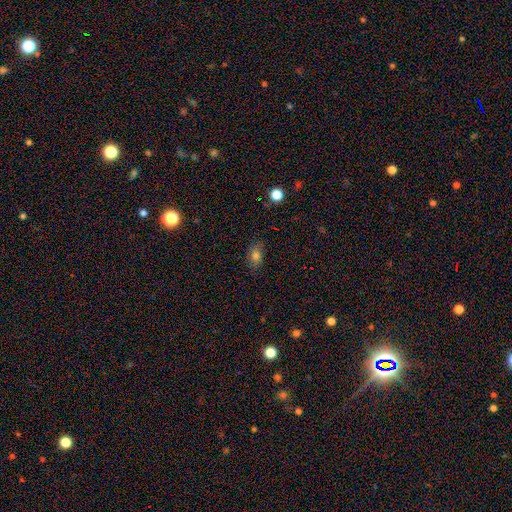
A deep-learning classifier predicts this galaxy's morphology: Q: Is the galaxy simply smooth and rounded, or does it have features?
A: smooth — 74%.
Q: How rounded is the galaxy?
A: in between — 83%.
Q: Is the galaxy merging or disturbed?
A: none — 80%.